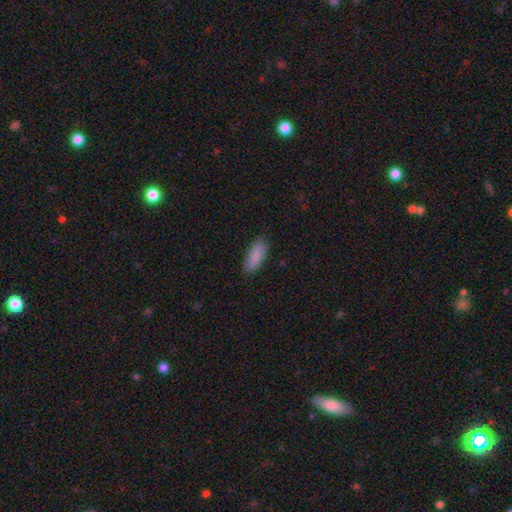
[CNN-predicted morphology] Smooth or featured: smooth — 88% (star or artifact — 6%)
How rounded: in between — 73% (cigar-shaped — 26%)
Merging: none — 83% (minor disturbance — 14%)